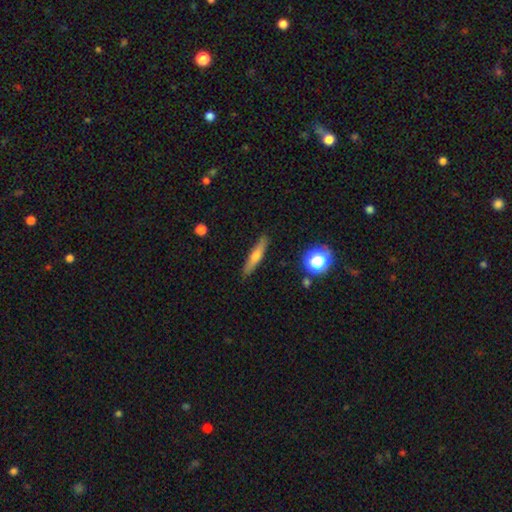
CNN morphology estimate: Q: Smooth or featured?
A: smooth (50%); runner-up: featured or disk (42%)
Q: Merging?
A: none (89%); runner-up: minor disturbance (8%)